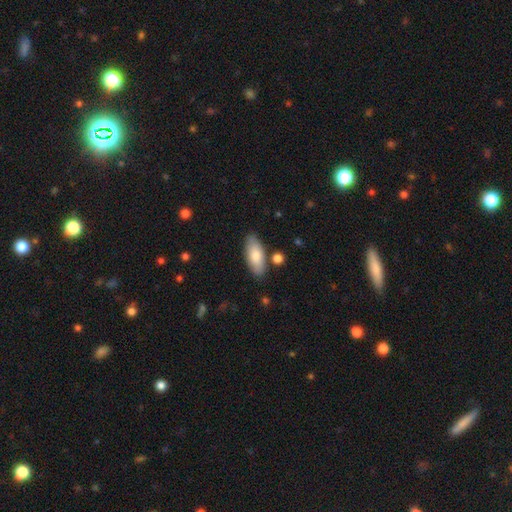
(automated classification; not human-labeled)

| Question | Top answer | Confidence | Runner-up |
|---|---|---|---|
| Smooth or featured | smooth | 78% | featured or disk (16%) |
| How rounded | in between | 81% | cigar-shaped (17%) |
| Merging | none | 82% | minor disturbance (11%) |